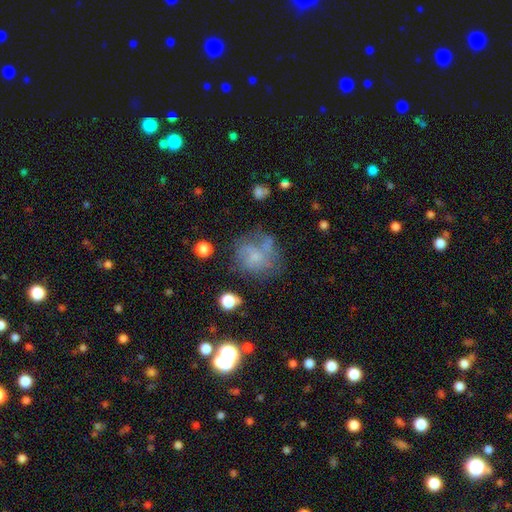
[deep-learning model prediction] The model was most divided on "smooth or featured": smooth: 44%, featured or disk: 40%, star or artifact: 16%. Remaining: merging — none (49%).